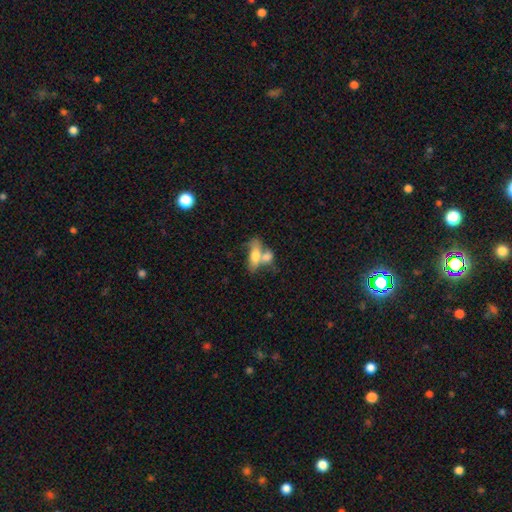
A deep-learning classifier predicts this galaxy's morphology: type=smooth (65%); roundness=in between (81%); merging=merger (62%).